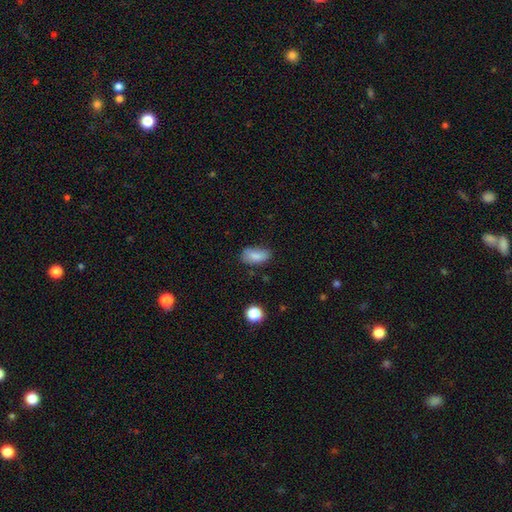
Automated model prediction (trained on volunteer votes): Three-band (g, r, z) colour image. It shows a smooth galaxy with no disk features (83%) that is in between round and cigar-shaped (90%). Merging: none (61%).